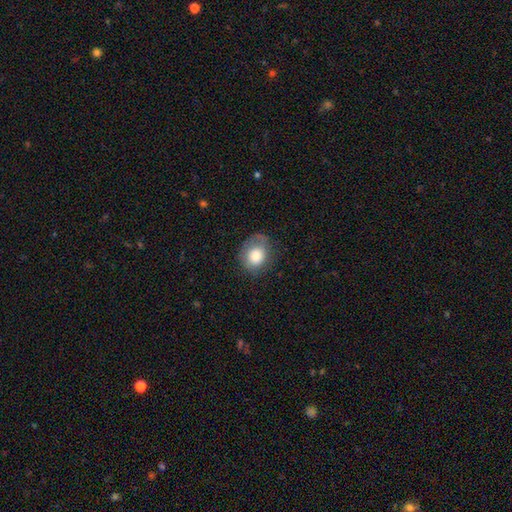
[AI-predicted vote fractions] smooth_or_featured: smooth (p=0.79) [alt: featured or disk p=0.13]
how_rounded: round (p=0.60) [alt: in between p=0.40]
merging: none (p=0.66) [alt: minor disturbance p=0.23]